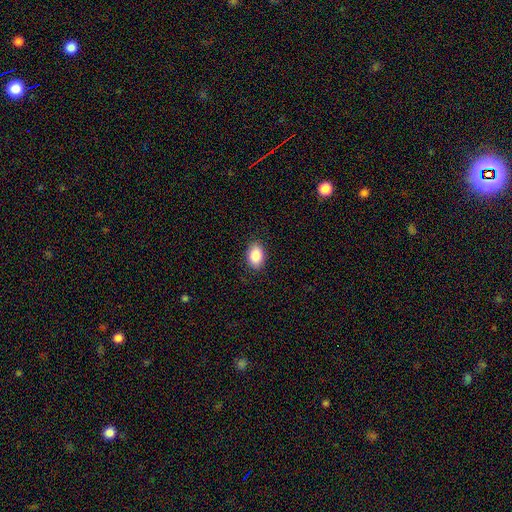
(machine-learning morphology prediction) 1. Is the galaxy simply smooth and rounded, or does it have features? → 87% smooth, 8% star or artifact, 6% featured or disk.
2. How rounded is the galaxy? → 84% in between, 15% round, 1% cigar-shaped.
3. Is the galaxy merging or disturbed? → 88% none, 9% minor disturbance, 2% major disturbance, 1% merger.